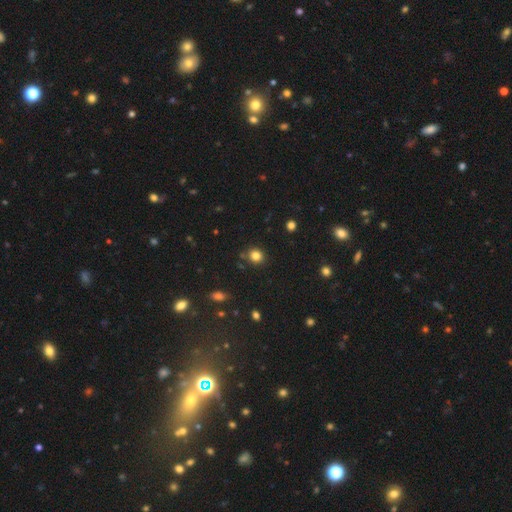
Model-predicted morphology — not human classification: This is clearly a smooth galaxy (82%). How rounded: clearly round (85%). Merging: clearly none (86%).